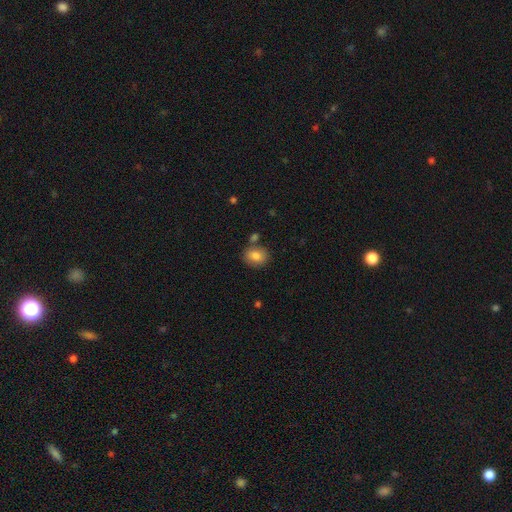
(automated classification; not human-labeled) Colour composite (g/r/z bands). It shows a smooth galaxy with no disk features (82%) that is round (55%). Merging: none (74%).